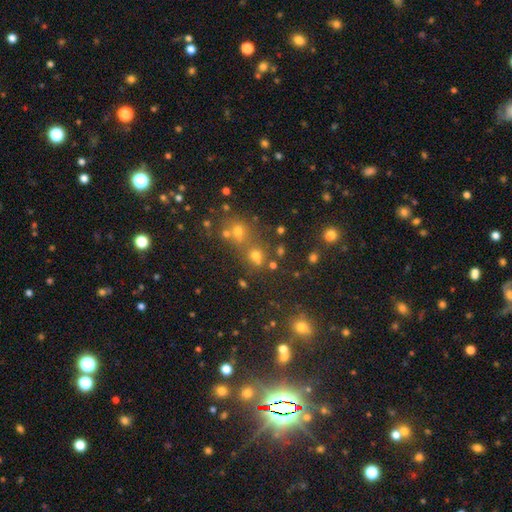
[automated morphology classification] Overall: star or artifact (54%; smooth 36%).